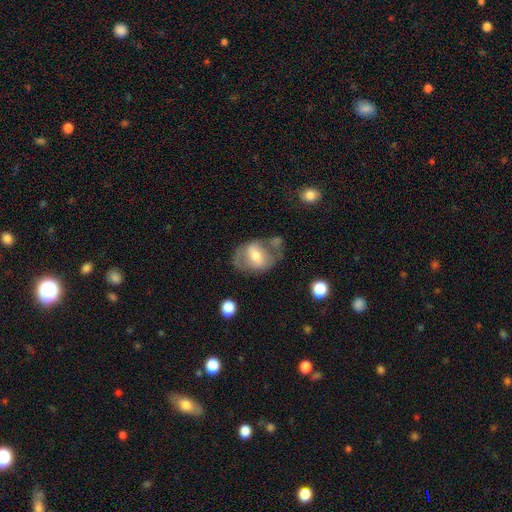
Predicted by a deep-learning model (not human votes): Smooth or featured?
  - smooth: 46% * (tied)
  - featured or disk: 46% * (tied)
  - star or artifact: 7%
Merging?
  - none: 45% *
  - minor disturbance: 22%
  - major disturbance: 19%
  - merger: 14%